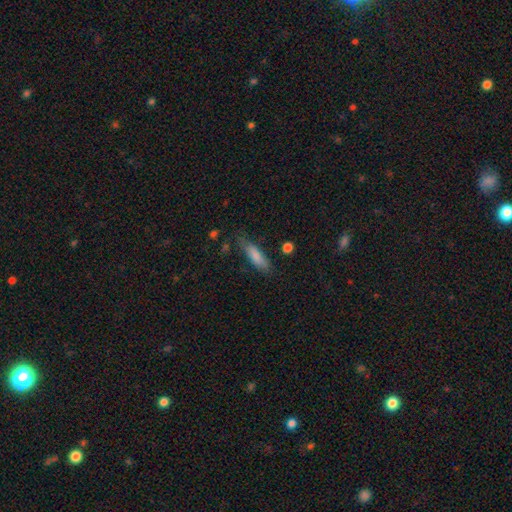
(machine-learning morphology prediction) Smooth or featured: smooth — 81% (featured or disk — 12%)
How rounded: cigar-shaped — 59% (in between — 39%)
Merging: none — 70% (minor disturbance — 21%)